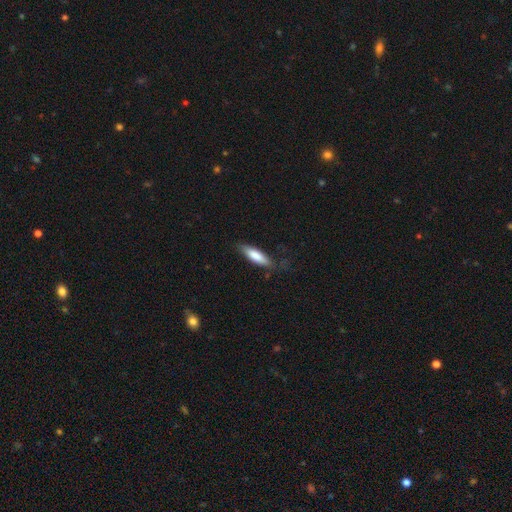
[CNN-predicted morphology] Overall: smooth (79%). How rounded: cigar-shaped (61%; in between 38%). Merging: none (73%).